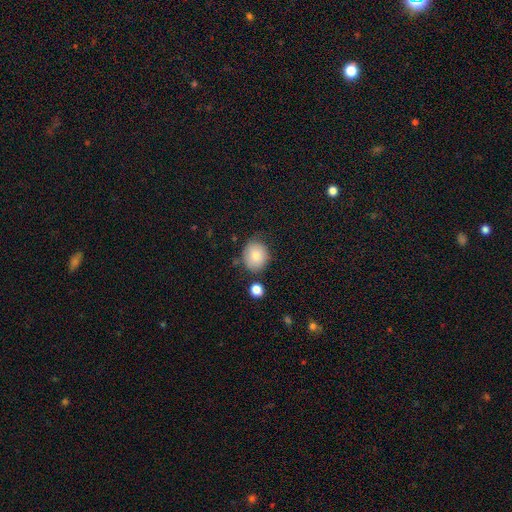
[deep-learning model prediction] This is clearly a smooth galaxy (81%). How rounded: likely round (74%). Merging: likely none (73%).